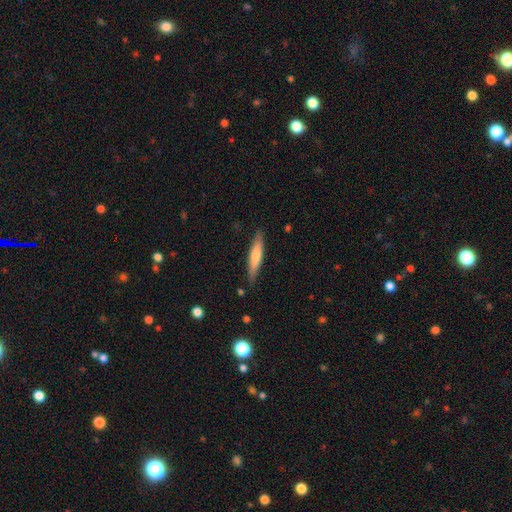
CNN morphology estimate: A smooth galaxy with no disk features (57%) that is cigar-shaped (90%).

Vote fractions:
- Smooth or featured? smooth: 57% / featured or disk: 37% / star or artifact: 6%
- How rounded? cigar-shaped: 90% / in between: 8% / round: 1%
- Merging? none: 88% / minor disturbance: 9% / major disturbance: 2% / merger: 1%